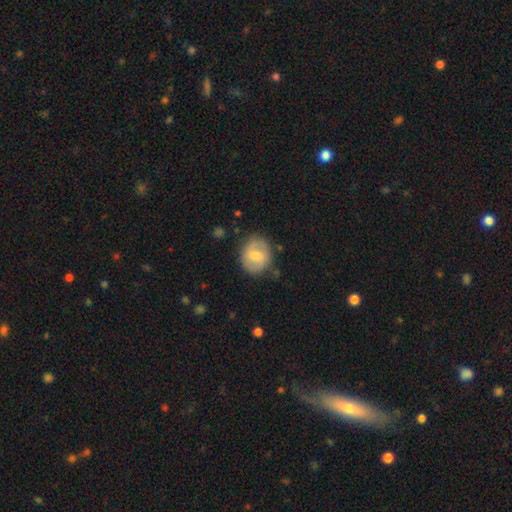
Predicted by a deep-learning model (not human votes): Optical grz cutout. It shows a smooth galaxy with no disk features (49%). Merging: none (77%).